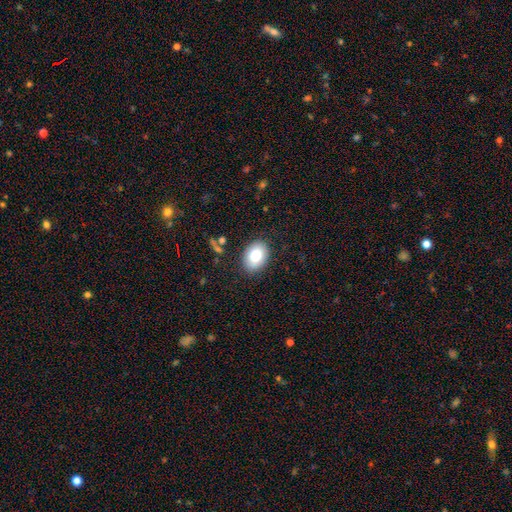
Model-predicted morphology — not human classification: Smooth or featured? smooth (80%)
How rounded? in between (77%)
Merging? none (86%)